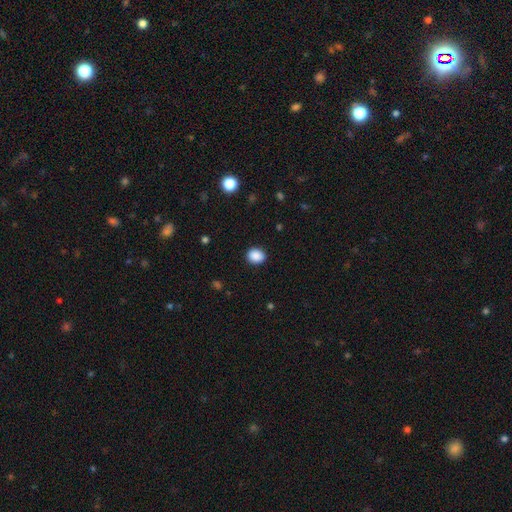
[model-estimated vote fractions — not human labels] The model was most divided on "how rounded": round: 60%, in between: 39%, cigar-shaped: 1%. More confident: merging — none (89%); smooth or featured — smooth (89%).